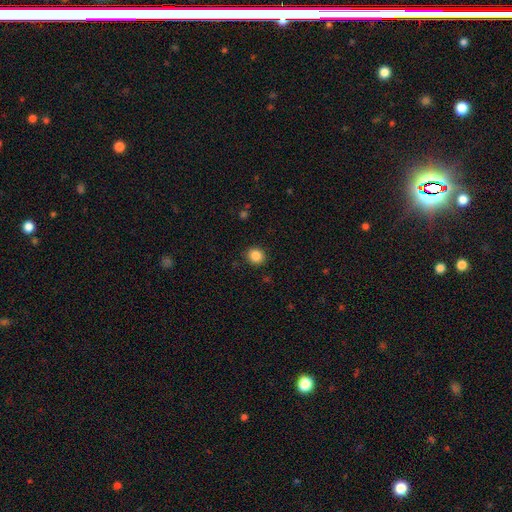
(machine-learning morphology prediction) type=smooth (86%); roundness=round (86%); merging=none (89%).